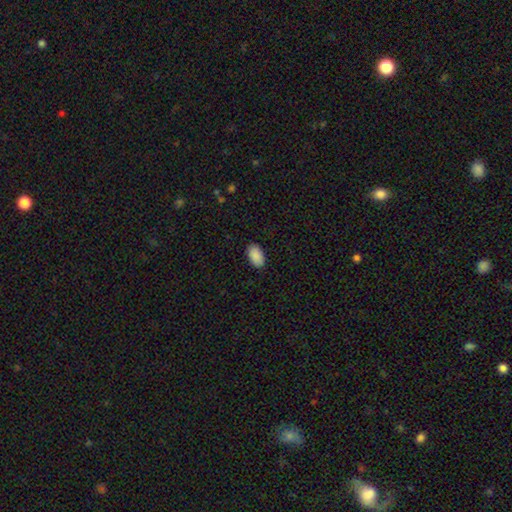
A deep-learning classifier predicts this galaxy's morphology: type=smooth (91%); roundness=in between (95%); merging=none (89%).